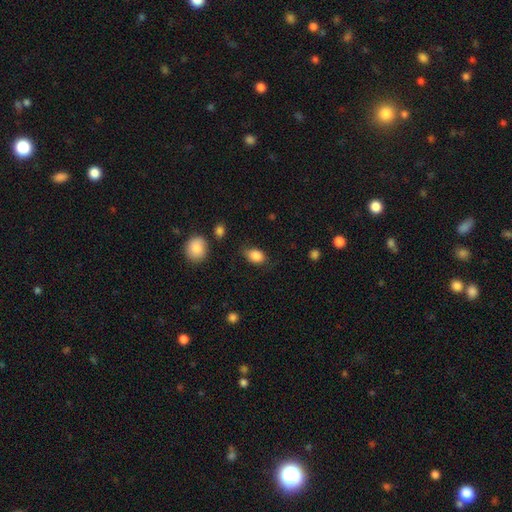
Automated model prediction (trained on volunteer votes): Smooth or featured? smooth (85%)
How rounded? in between (76%)
Merging? none (69%)